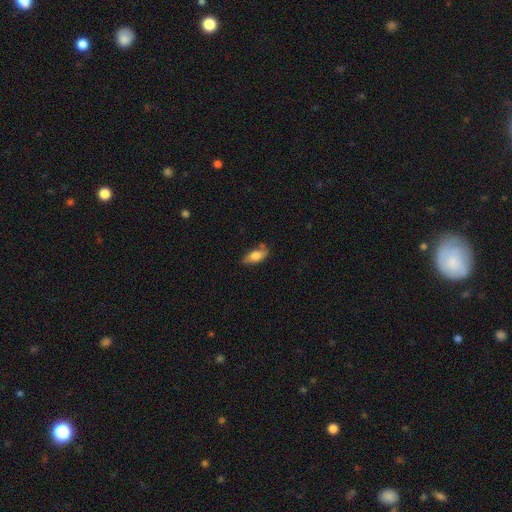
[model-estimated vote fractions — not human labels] A smooth galaxy with no disk features (70%) that is in between round and cigar-shaped (80%). Merging: none (65%).